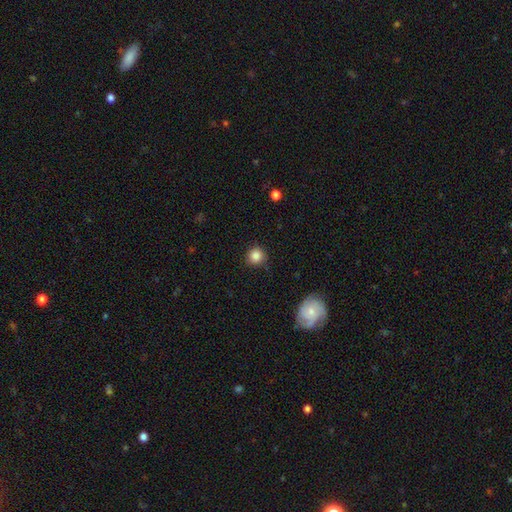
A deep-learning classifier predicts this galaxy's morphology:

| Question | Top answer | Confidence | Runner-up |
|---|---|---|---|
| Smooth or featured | smooth | 86% | star or artifact (10%) |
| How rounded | round | 91% | in between (8%) |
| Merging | none | 84% | minor disturbance (12%) |